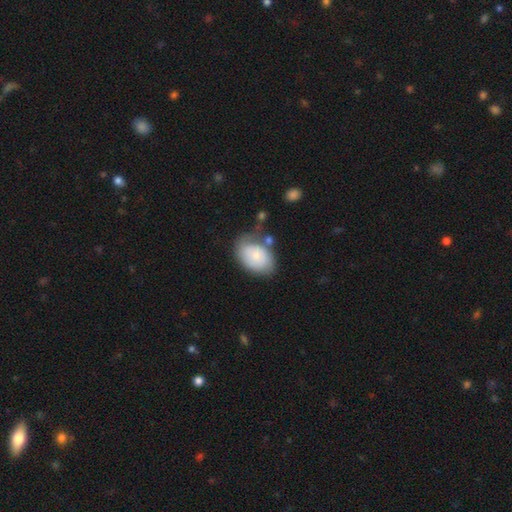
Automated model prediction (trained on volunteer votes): A smooth galaxy with no disk features (64%) that is in between round and cigar-shaped (81%).

Vote fractions:
- Smooth or featured? smooth: 64% / featured or disk: 29% / star or artifact: 7%
- How rounded? in between: 81% / round: 18% / cigar-shaped: 1%
- Merging? none: 53% / minor disturbance: 27% / major disturbance: 12% / merger: 8%